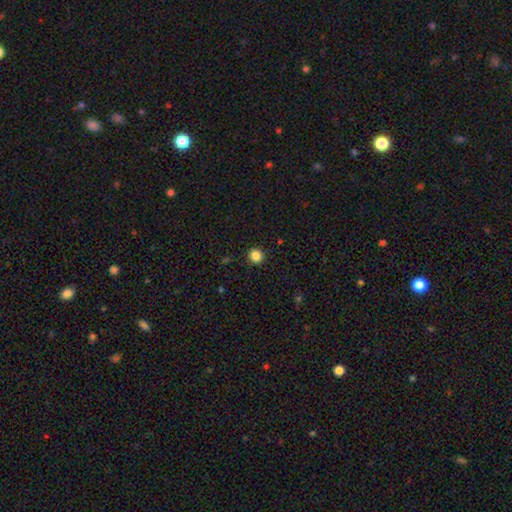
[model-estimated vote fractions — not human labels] smooth-or-featured: smooth: 85% | star or artifact: 11% | featured or disk: 4%
  how-rounded: round: 90% | in between: 9% | cigar-shaped: 1%
  merging: none: 92% | minor disturbance: 5% | major disturbance: 2% | merger: 1%